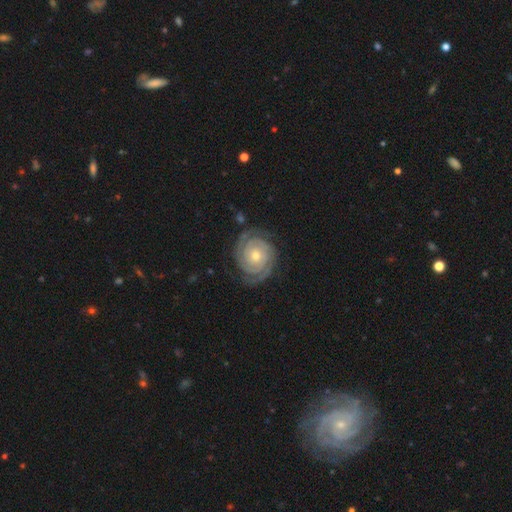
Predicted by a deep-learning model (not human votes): smooth_or_featured: featured or disk (p=0.91) [alt: smooth p=0.05]
disk_edge_on: no (p=0.98) [alt: yes p=0.02]
bar: no (p=0.75) [alt: weak p=0.18]
has_spiral_arms: yes (p=0.98) [alt: no p=0.02]
spiral_winding: tight (p=0.85) [alt: medium p=0.13]
spiral_arm_count: 2 (p=0.68) [alt: 3 p=0.13]
bulge_size: moderate (p=0.51) [alt: small p=0.45]
merging: none (p=0.82) [alt: minor disturbance p=0.13]